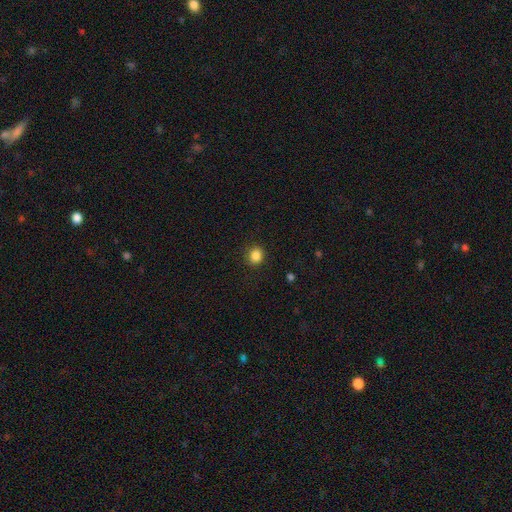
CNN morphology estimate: Q: Smooth or featured?
A: smooth (86%); runner-up: star or artifact (10%)
Q: How rounded?
A: round (79%); runner-up: in between (20%)
Q: Merging?
A: none (89%); runner-up: minor disturbance (8%)